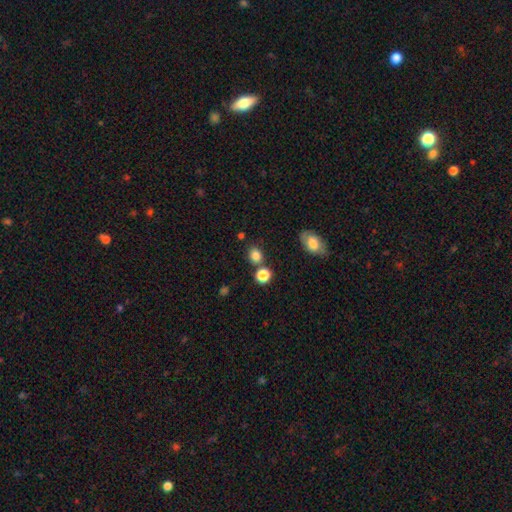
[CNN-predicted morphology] Smooth or featured: smooth — 83% (star or artifact — 12%)
How rounded: round — 62% (in between — 37%)
Merging: none — 73% (merger — 12%)